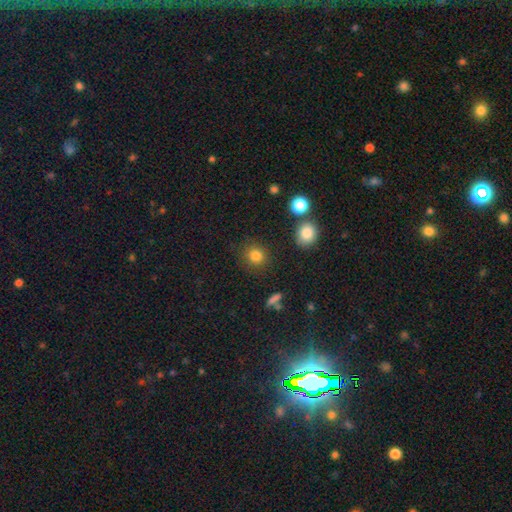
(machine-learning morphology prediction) Smooth or featured? smooth (82%)
How rounded? round (88%)
Merging? none (86%)